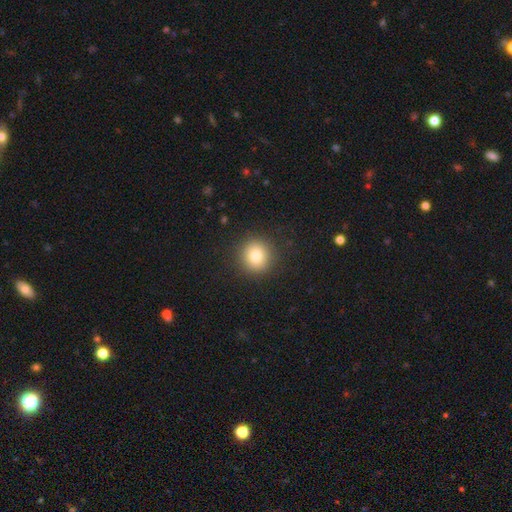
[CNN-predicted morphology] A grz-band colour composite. It shows a smooth galaxy with no disk features (82%) that is round (92%). Merging: none (91%).